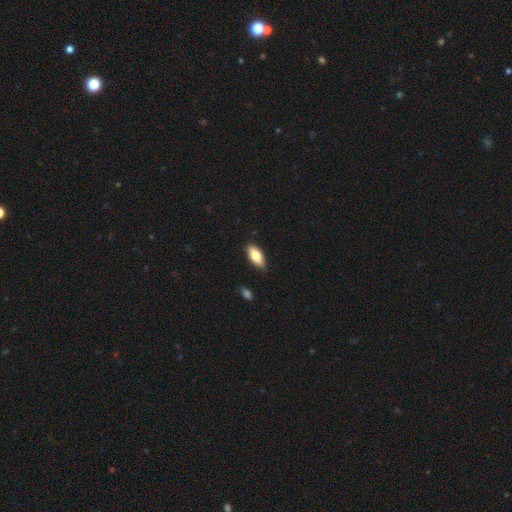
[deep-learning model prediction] This appears to be a smooth galaxy with no disk features (74%) that is in between round and cigar-shaped (86%). Merging: none (87%).